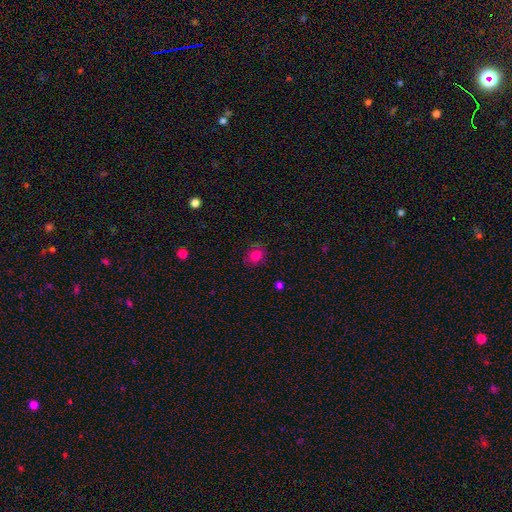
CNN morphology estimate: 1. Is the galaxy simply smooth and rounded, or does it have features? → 79% smooth, 13% star or artifact, 9% featured or disk.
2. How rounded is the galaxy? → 63% round, 36% in between, 1% cigar-shaped.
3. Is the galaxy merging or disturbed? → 82% none, 14% minor disturbance, 3% major disturbance, 1% merger.